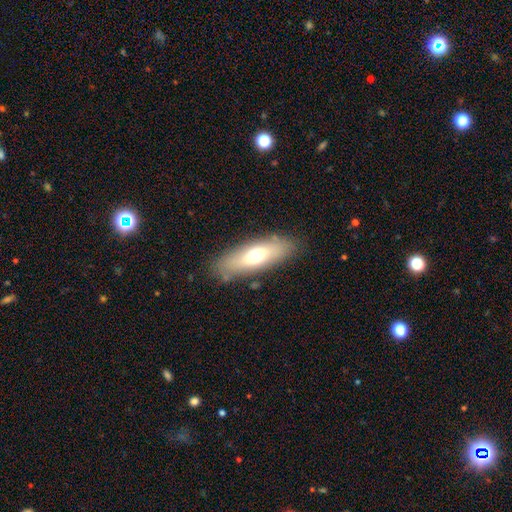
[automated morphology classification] The model was most divided on "how rounded": in between: 60%, cigar-shaped: 38%, round: 2%. More confident: merging — none (83%); smooth or featured — smooth (62%).